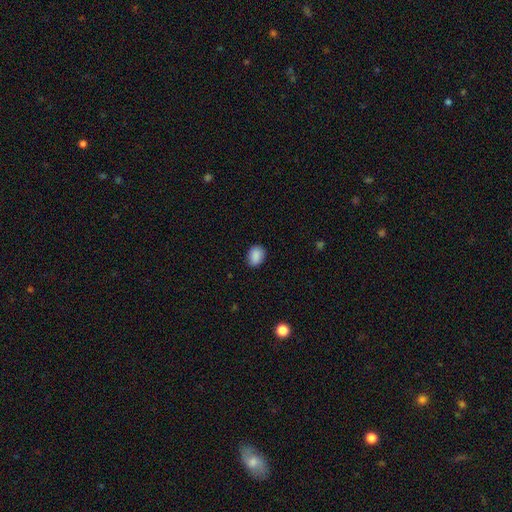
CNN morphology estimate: The model was most divided on "how rounded": in between: 66%, round: 33%, cigar-shaped: 1%. More confident: smooth or featured — smooth (88%); merging — none (84%).